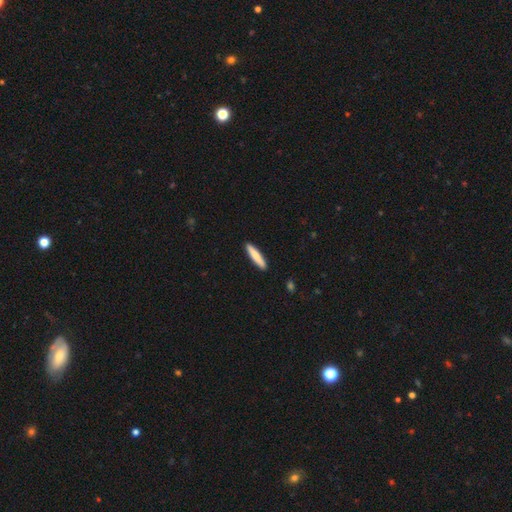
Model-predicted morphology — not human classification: Smooth or featured? smooth (79%)
How rounded? cigar-shaped (89%)
Merging? none (91%)